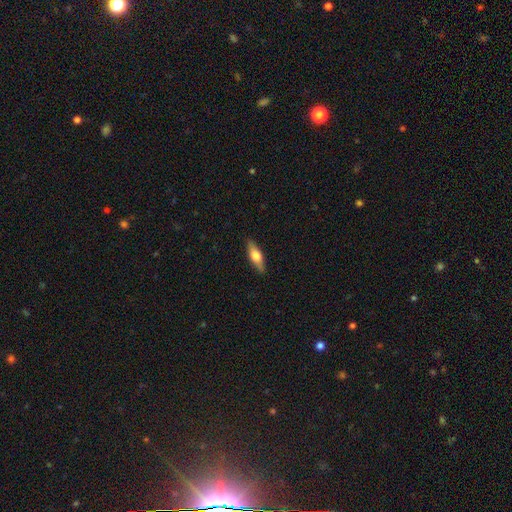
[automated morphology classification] A smooth galaxy with no disk features (57%) that is in between round and cigar-shaped (54%). Merging: none (88%).